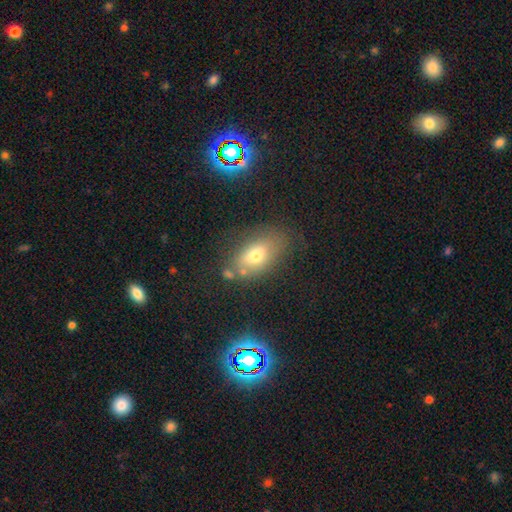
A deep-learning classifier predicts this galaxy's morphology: Smooth or featured? smooth (68%)
How rounded? in between (86%)
Merging? none (65%)